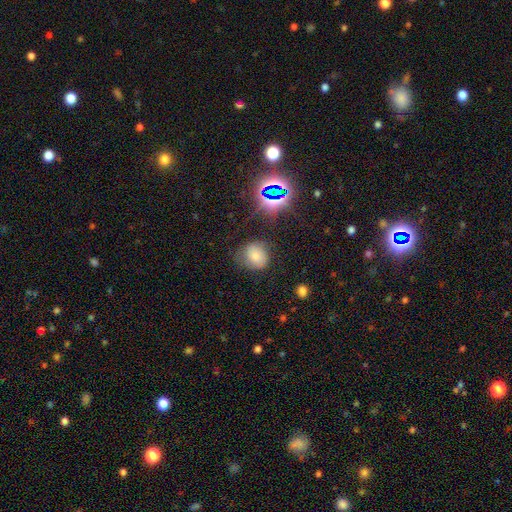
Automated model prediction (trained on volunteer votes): A smooth galaxy with no disk features (67%) that is round (75%). Merging: none (66%).